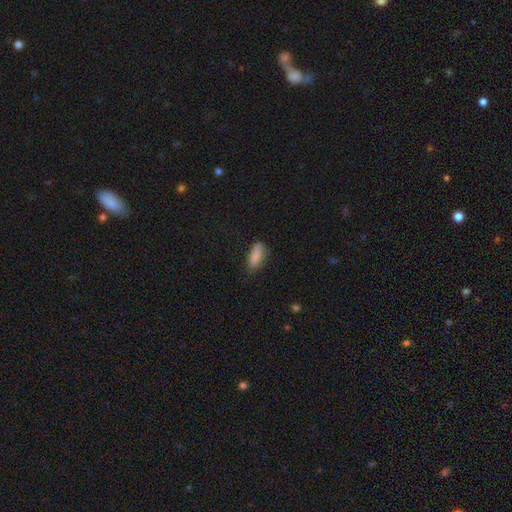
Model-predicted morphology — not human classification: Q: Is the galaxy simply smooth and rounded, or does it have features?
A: smooth — 85%.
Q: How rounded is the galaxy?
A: in between — 72%.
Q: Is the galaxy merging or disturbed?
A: none — 73%.